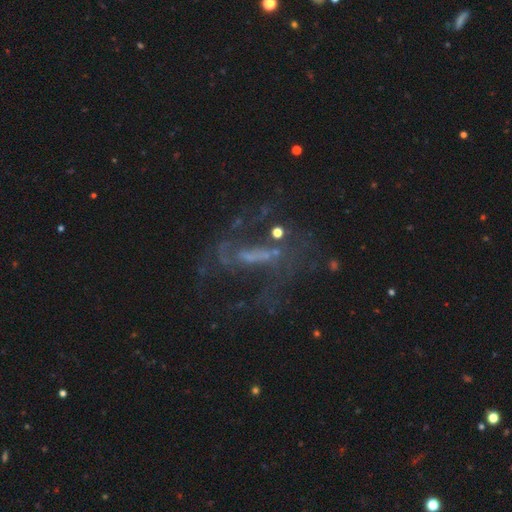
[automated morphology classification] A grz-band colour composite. It shows a featured or disk galaxy (72%) with a strong bar (38%), spiral arms (68%) and no central bulge (40%). Merging: none (48%).